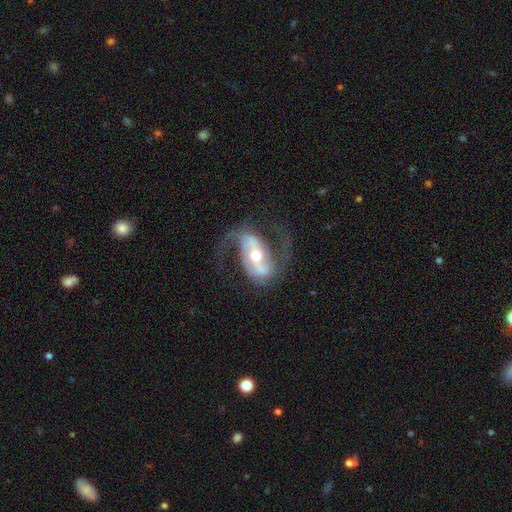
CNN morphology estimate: smooth-or-featured: featured or disk: 89% | smooth: 7% | star or artifact: 5%
  disk-edge-on: no: 96% | yes: 4%
    bar: strong: 46% | weak: 34% | no: 20%
    has-spiral-arms: yes: 96% | no: 4%
      spiral-winding: loose: 45% | medium: 44% | tight: 11%
      spiral-arm-count: 2: 92% | 1: 2% | can't tell: 2% | 3: 1% | 4: 1% | more than 4: 1%
    bulge-size: moderate: 65% | small: 27% | large: 6% | dominant: 1% | none: 1%
  merging: none: 67% | minor disturbance: 16% | major disturbance: 15% | merger: 2%